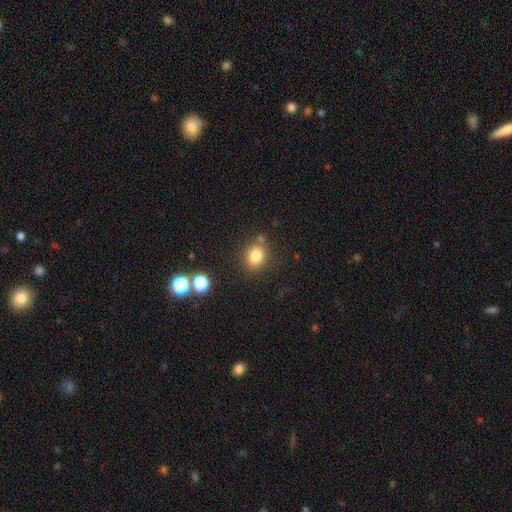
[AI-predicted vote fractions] This appears to be a smooth galaxy with no disk features (80%) that is round (62%). Merging: none (74%).